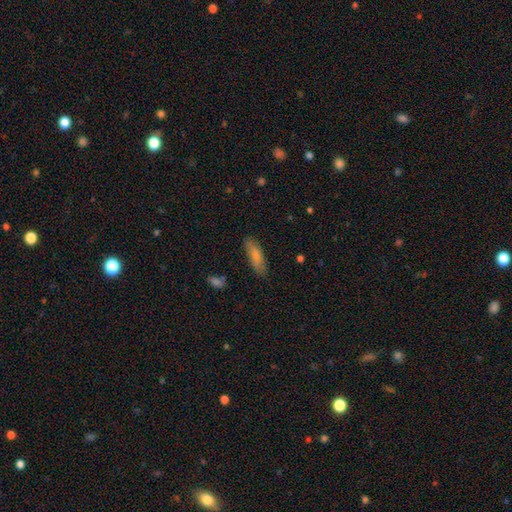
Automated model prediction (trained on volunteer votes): A smooth galaxy with no disk features (81%) that is in between round and cigar-shaped (55%). Merging: none (83%).